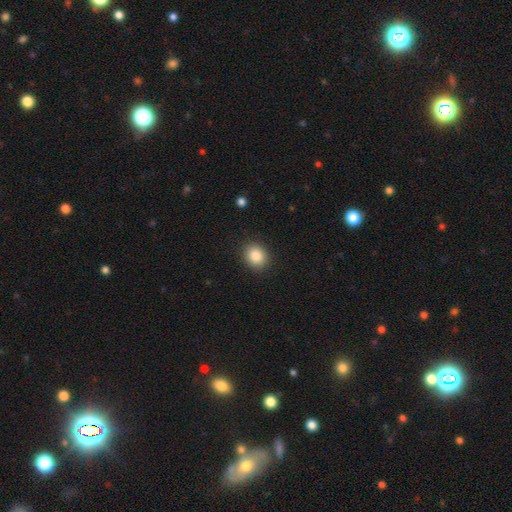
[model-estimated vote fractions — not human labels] Smooth or featured? Predicted: smooth (p=0.86). How rounded? Predicted: round (p=0.62). Merging? Predicted: none (p=0.89).